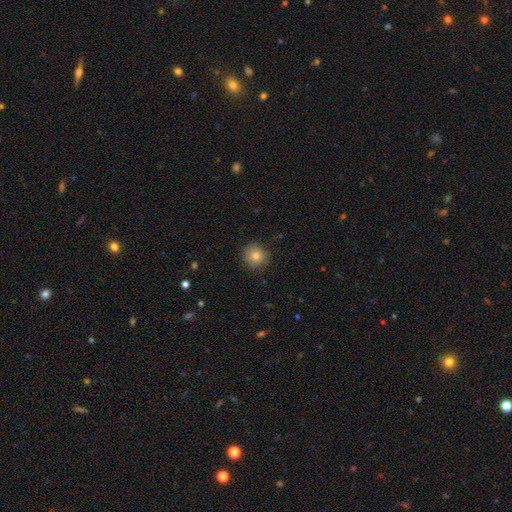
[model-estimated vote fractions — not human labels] This is likely a smooth galaxy (79%). How rounded: clearly round (92%). Merging: clearly none (87%).